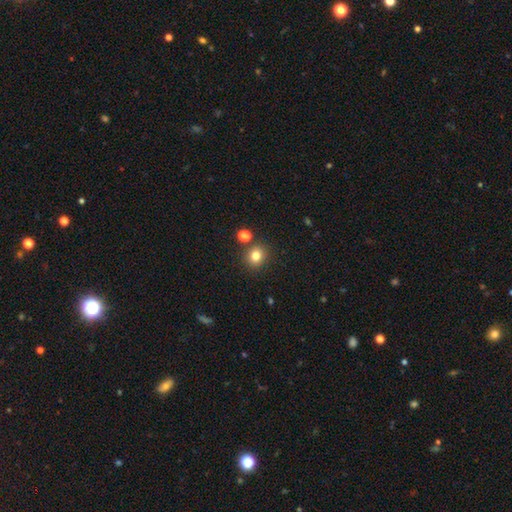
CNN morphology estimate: This is clearly a smooth galaxy (80%). How rounded: likely round (80%). Merging: clearly none (82%).